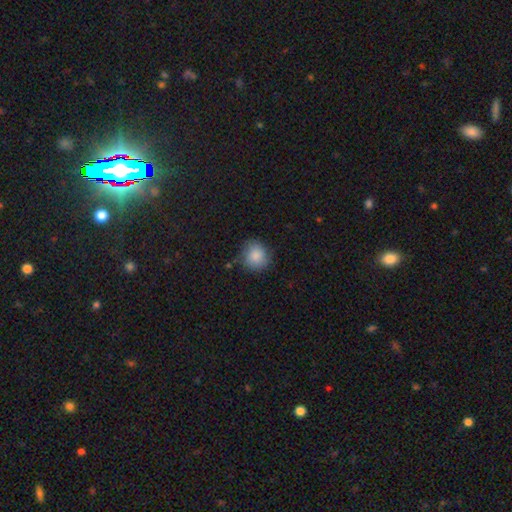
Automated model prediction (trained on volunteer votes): Morphology: type=smooth (86%); roundness=round (87%); merging=none (74%).